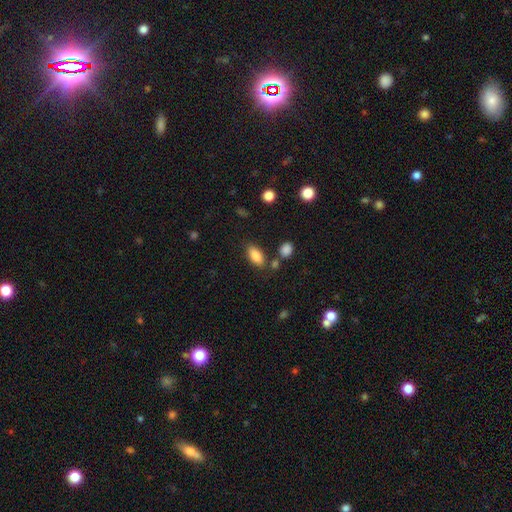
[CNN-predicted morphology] Smooth or featured?
  - smooth: 84% *
  - star or artifact: 8%
  - featured or disk: 8%
How rounded?
  - in between: 86% *
  - cigar-shaped: 9%
  - round: 4%
Merging?
  - none: 77% *
  - minor disturbance: 12%
  - merger: 7%
  - major disturbance: 4%